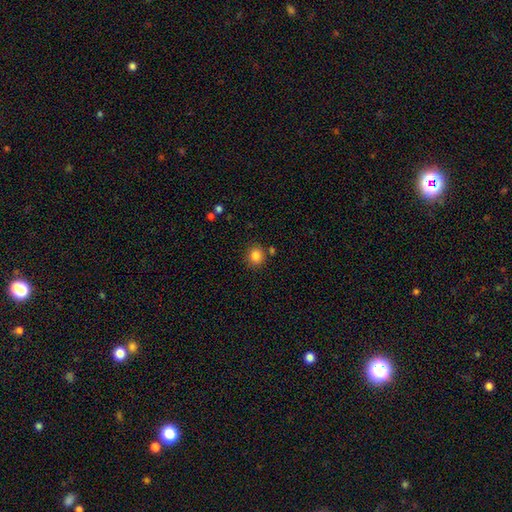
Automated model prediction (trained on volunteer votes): Smooth or featured?
  - smooth: 85% *
  - star or artifact: 10%
  - featured or disk: 5%
How rounded?
  - round: 83% *
  - in between: 16%
  - cigar-shaped: 1%
Merging?
  - none: 82% *
  - minor disturbance: 9%
  - merger: 5%
  - major disturbance: 3%